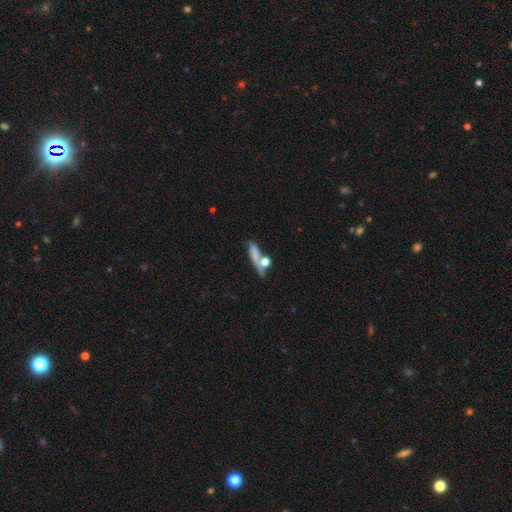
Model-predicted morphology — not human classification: type=smooth (60%); roundness=cigar-shaped (47%); merging=none (38%).